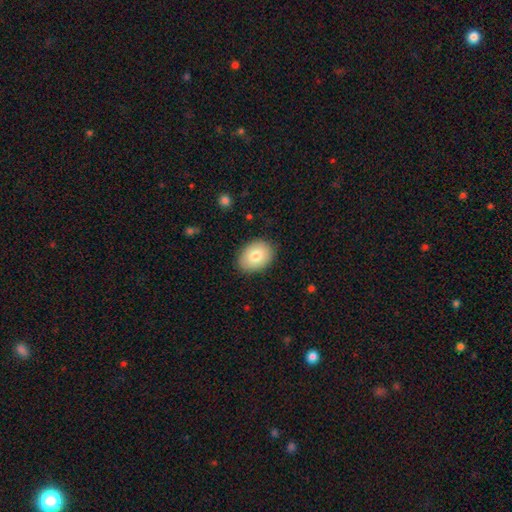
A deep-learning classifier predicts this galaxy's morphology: smooth 81%, featured or disk 13%, star or artifact 7%. Down the decision tree: how rounded — in between (74%); merging — none (86%).